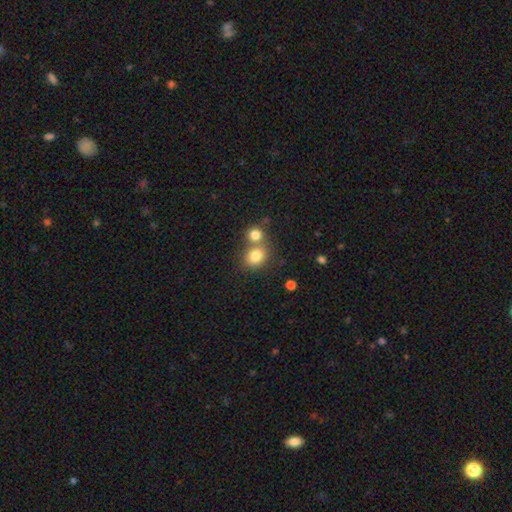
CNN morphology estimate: Smooth or featured: smooth — 80% (star or artifact — 11%)
How rounded: round — 69% (in between — 30%)
Merging: none — 48% (merger — 42%)